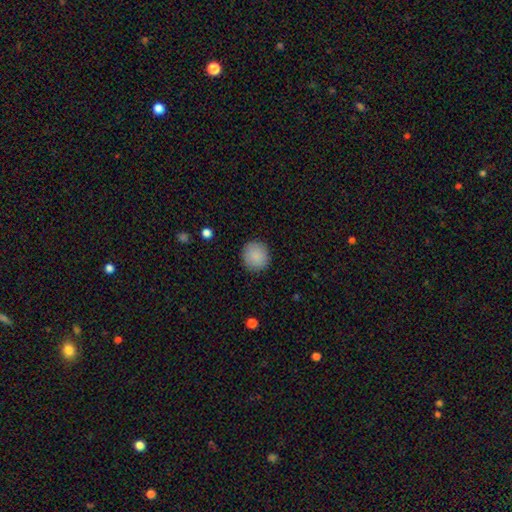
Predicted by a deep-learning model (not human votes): This is clearly a smooth galaxy (89%). How rounded: clearly round (92%). Merging: clearly none (90%).